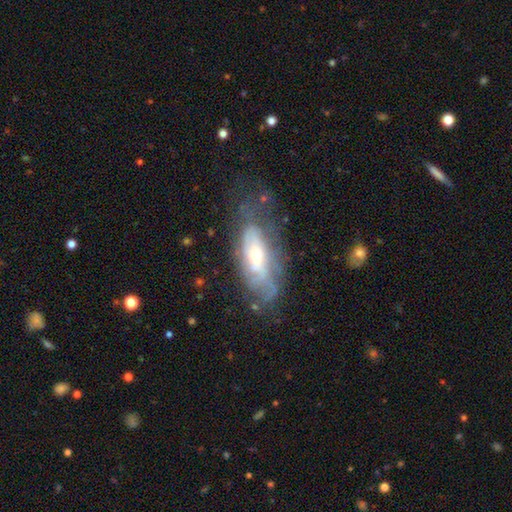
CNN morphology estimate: A featured or disk galaxy (67%) with no bar (72%), spiral arms (67%) and a moderate central bulge (50%).

Vote fractions:
- Smooth or featured? featured or disk: 67% / smooth: 25% / star or artifact: 8%
- Edge-on disk? no: 82% / yes: 18%
- Bar? no: 72% / weak: 22% / strong: 6%
- Spiral arms? yes: 67% / no: 33%
- Bulge size? moderate: 50% / small: 44% / large: 4% / none: 1% / dominant: 1%
- Merging? none: 53% / minor disturbance: 26% / major disturbance: 19% / merger: 3%